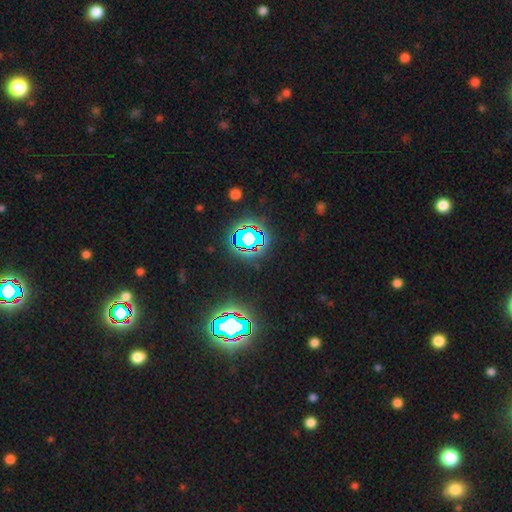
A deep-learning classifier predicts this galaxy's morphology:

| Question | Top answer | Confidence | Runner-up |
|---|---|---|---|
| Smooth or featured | star or artifact | 81% | smooth (11%) |